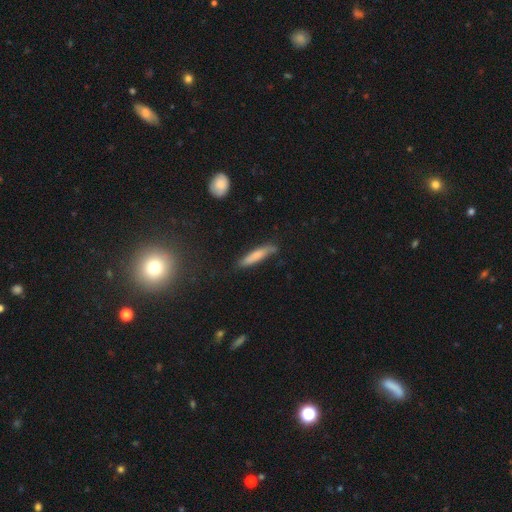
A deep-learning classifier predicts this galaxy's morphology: This is likely a smooth galaxy (72%). How rounded: clearly cigar-shaped (88%). Merging: likely none (74%).